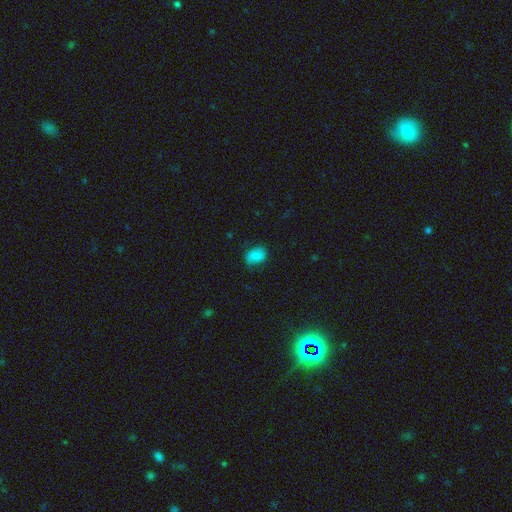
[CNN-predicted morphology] Q: Smooth or featured?
A: smooth (73%); runner-up: featured or disk (17%)
Q: How rounded?
A: in between (67%); runner-up: round (32%)
Q: Merging?
A: none (77%); runner-up: minor disturbance (18%)